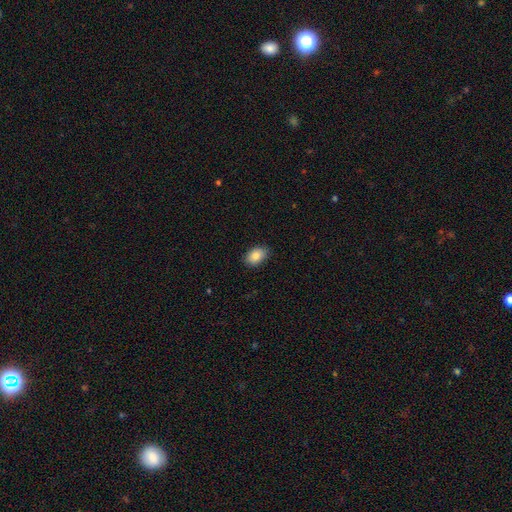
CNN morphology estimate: smooth_or_featured: smooth (p=0.86) [alt: star or artifact p=0.08]
how_rounded: in between (p=0.85) [alt: round p=0.14]
merging: none (p=0.85) [alt: minor disturbance p=0.12]